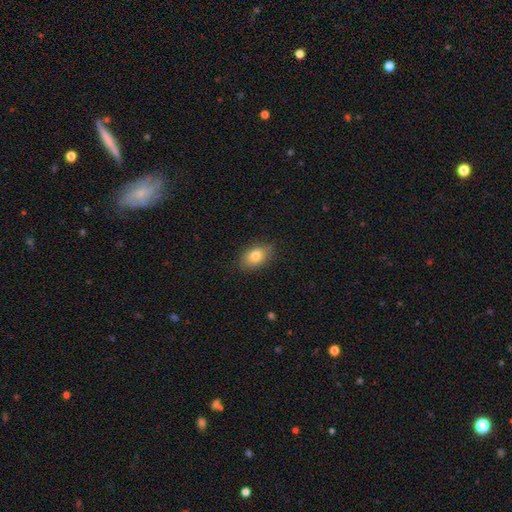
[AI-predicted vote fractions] smooth-or-featured: smooth: 80% | featured or disk: 12% | star or artifact: 8%
  how-rounded: in between: 86% | round: 12% | cigar-shaped: 2%
  merging: none: 84% | minor disturbance: 12% | major disturbance: 3% | merger: 1%